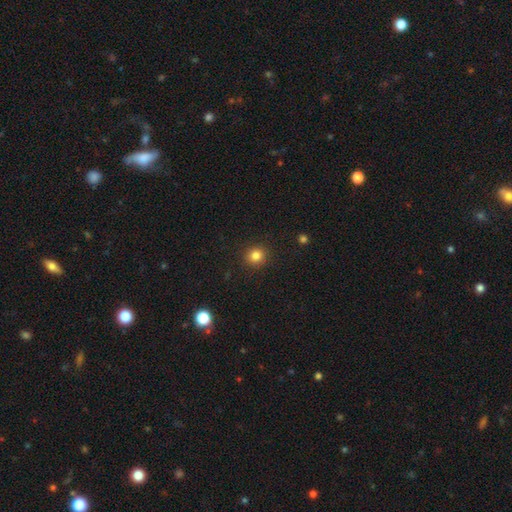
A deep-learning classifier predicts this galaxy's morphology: This is clearly a smooth galaxy (83%). How rounded: clearly round (87%). Merging: clearly none (91%).